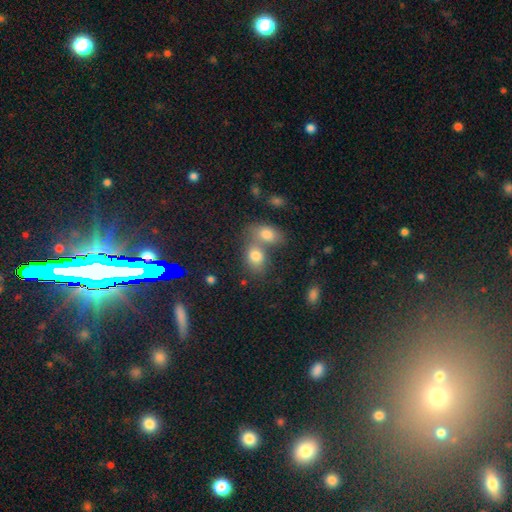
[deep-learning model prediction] smooth_or_featured: smooth (p=0.77) [alt: star or artifact p=0.12]
how_rounded: in between (p=0.71) [alt: round p=0.27]
merging: merger (p=0.57) [alt: none p=0.32]